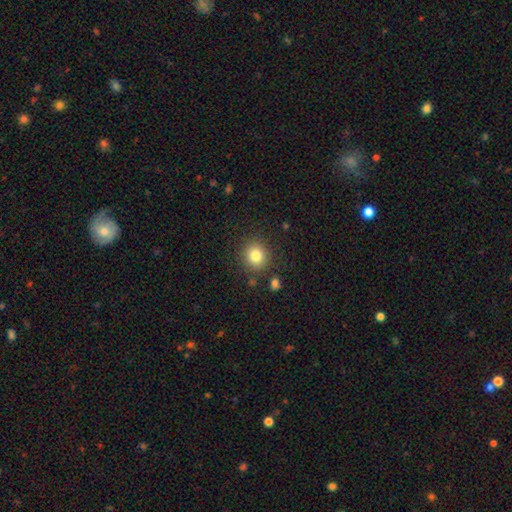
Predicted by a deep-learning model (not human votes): smooth_or_featured: smooth (p=0.82) [alt: star or artifact p=0.11]
how_rounded: round (p=0.88) [alt: in between p=0.11]
merging: none (p=0.86) [alt: minor disturbance p=0.08]